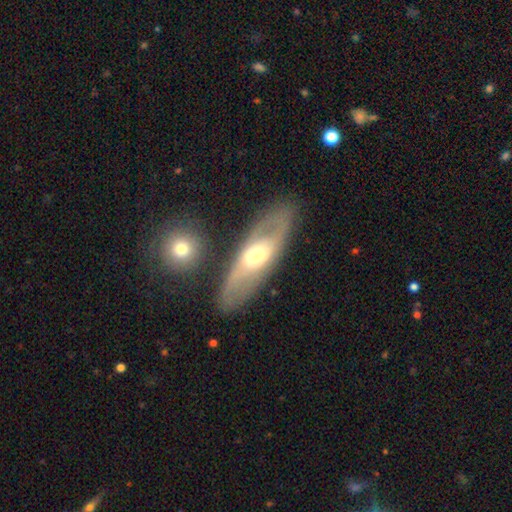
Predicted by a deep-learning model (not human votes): Morphology: type=featured or disk (66%); edge-on=no (76%); bar=no (55%); spiral arms=yes (53%); bulge=moderate (66%); merging=none (77%).